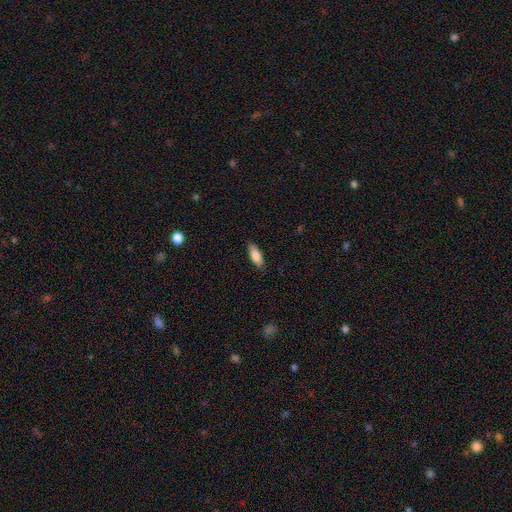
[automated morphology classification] Smooth or featured: smooth — 84% (featured or disk — 10%)
How rounded: in between — 66% (cigar-shaped — 32%)
Merging: none — 86% (minor disturbance — 11%)